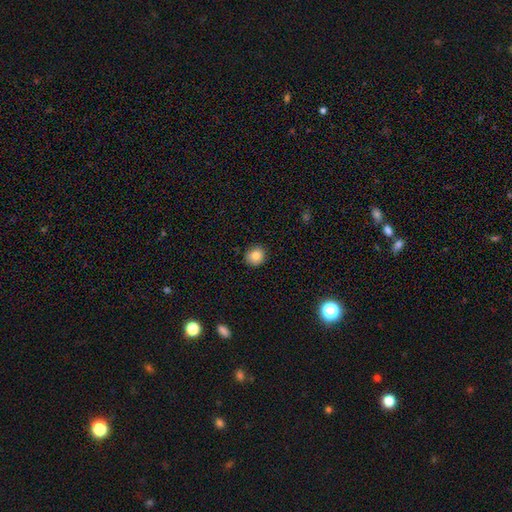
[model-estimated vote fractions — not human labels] Q: Smooth or featured?
A: smooth (84%); runner-up: star or artifact (10%)
Q: How rounded?
A: round (86%); runner-up: in between (13%)
Q: Merging?
A: none (89%); runner-up: minor disturbance (8%)